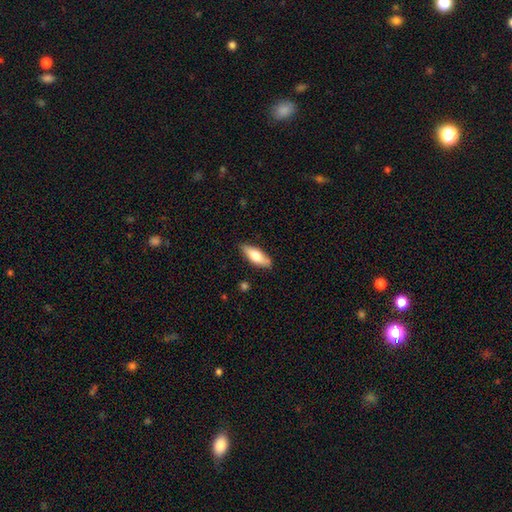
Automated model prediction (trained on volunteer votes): Q: Smooth or featured?
A: smooth (69%); runner-up: featured or disk (26%)
Q: How rounded?
A: in between (68%); runner-up: cigar-shaped (30%)
Q: Merging?
A: none (85%); runner-up: minor disturbance (12%)